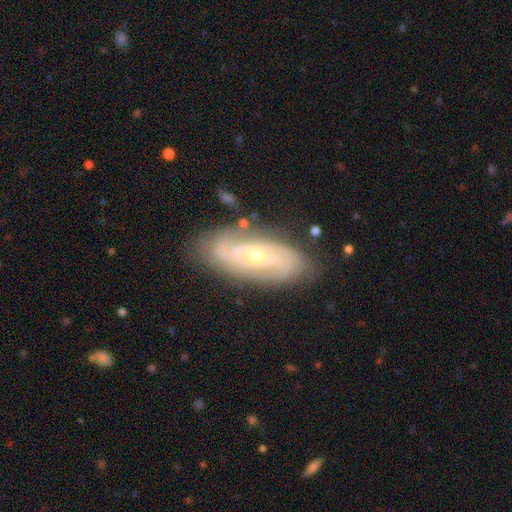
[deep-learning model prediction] The model was most divided on "bar": no: 52%, weak: 33%, strong: 15%. Remaining: edge-on disk — no (91%); spiral arms — yes (91%); smooth or featured — featured or disk (82%); merging — none (79%); bulge size — small (64%); spiral winding — tight (58%); spiral arm count — 2 (48%).